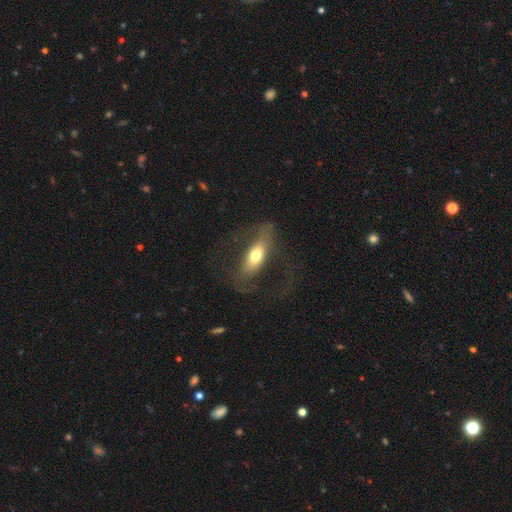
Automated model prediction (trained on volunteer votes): smooth_or_featured: smooth (p=0.50) [alt: featured or disk p=0.43]
how_rounded: in between (p=0.70) [alt: cigar-shaped p=0.25]
merging: none (p=0.49) [alt: major disturbance p=0.31]